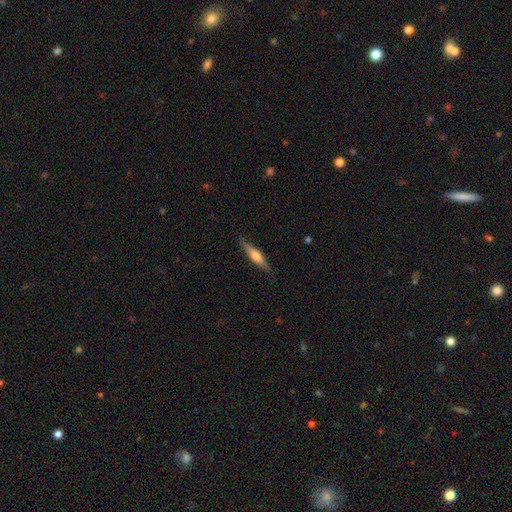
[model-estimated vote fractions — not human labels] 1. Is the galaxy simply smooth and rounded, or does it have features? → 58% featured or disk, 37% smooth, 6% star or artifact.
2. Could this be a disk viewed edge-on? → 95% yes, 5% no.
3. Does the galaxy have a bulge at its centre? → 81% rounded, 12% boxy, 6% none.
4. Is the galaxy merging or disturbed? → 85% none, 12% minor disturbance, 2% major disturbance, 1% merger.